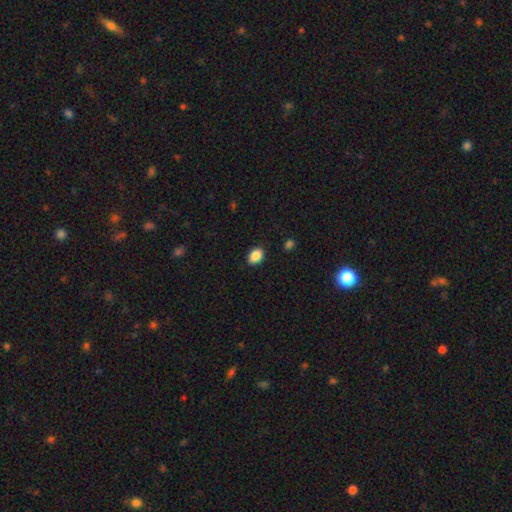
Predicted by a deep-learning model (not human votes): A smooth galaxy with no disk features (88%) that is in between round and cigar-shaped (77%).

Vote fractions:
- Smooth or featured? smooth: 88% / star or artifact: 8% / featured or disk: 4%
- How rounded? in between: 77% / round: 22% / cigar-shaped: 1%
- Merging? none: 88% / minor disturbance: 8% / major disturbance: 2% / merger: 1%